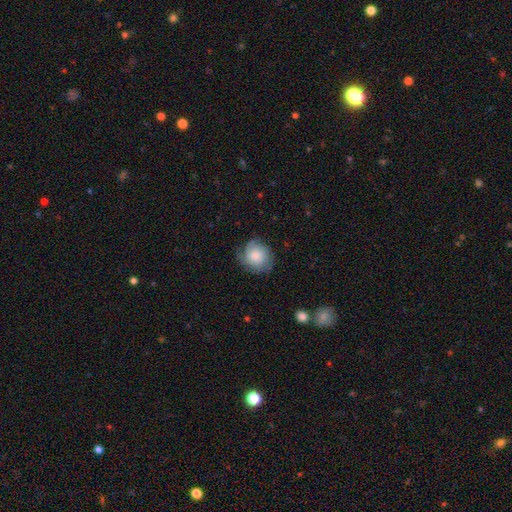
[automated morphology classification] smooth-or-featured: featured or disk: 47% | smooth: 44% | star or artifact: 8%
  merging: none: 71% | minor disturbance: 20% | major disturbance: 8% | merger: 1%